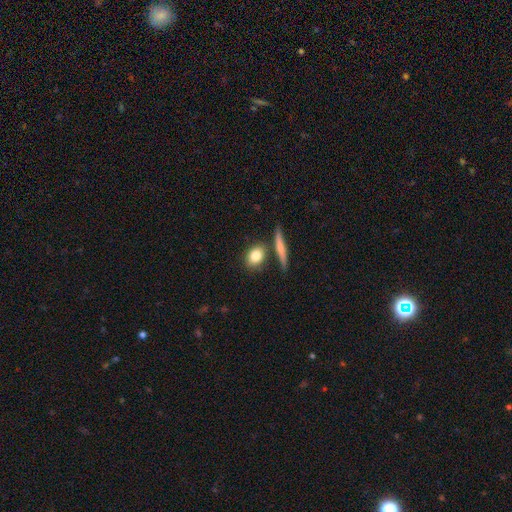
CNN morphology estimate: The model was most divided on "how rounded": in between: 61%, round: 31%, cigar-shaped: 8%. More confident: smooth or featured — smooth (80%); merging — none (71%).